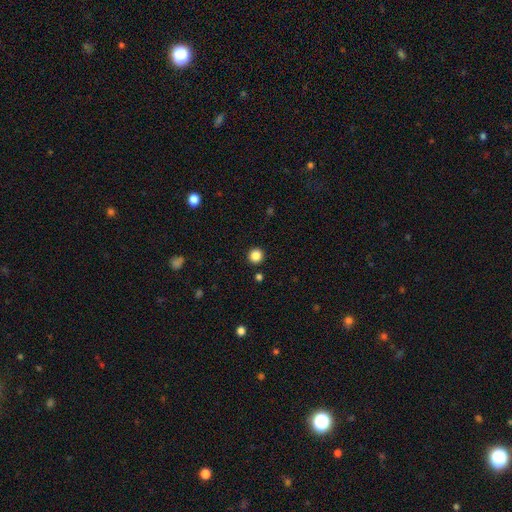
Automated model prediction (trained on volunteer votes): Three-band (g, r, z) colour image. It shows a smooth galaxy with no disk features (86%) that is round (95%). Merging: none (93%).